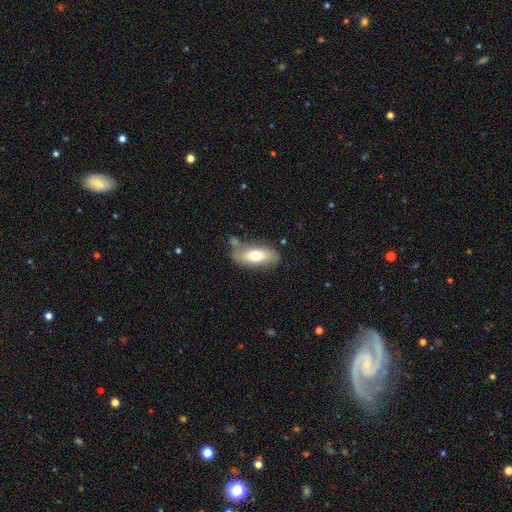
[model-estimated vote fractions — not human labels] Overall: smooth (69%). How rounded: in between (81%). Merging: none (65%).